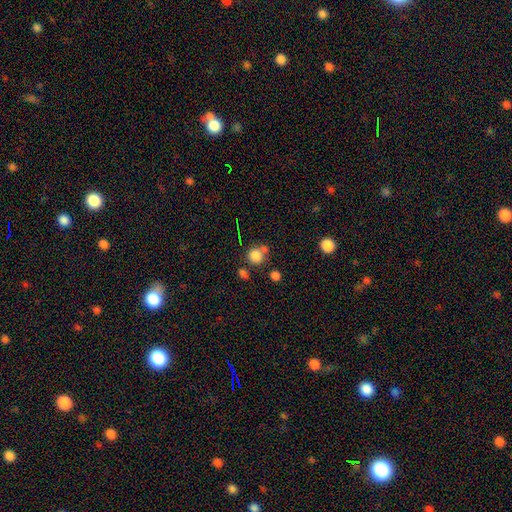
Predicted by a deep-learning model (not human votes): The model was most divided on "merging": none: 57%, merger: 23%, minor disturbance: 13%, major disturbance: 6%. More confident: how rounded — round (86%); smooth or featured — smooth (80%).